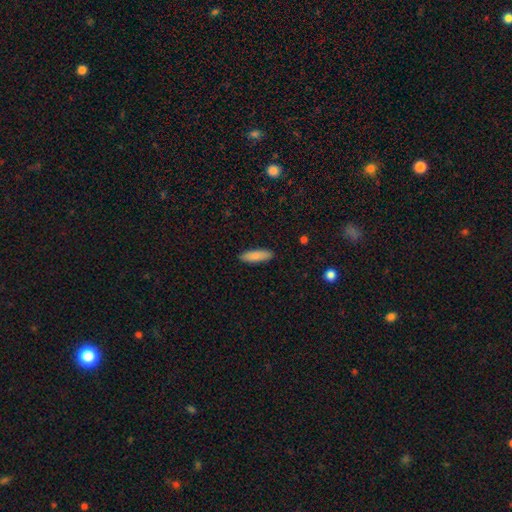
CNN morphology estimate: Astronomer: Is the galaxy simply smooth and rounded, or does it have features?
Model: smooth — 87%.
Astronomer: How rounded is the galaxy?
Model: cigar-shaped — 52% (runner-up: in between, 46%).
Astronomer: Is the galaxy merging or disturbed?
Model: none — 90%.